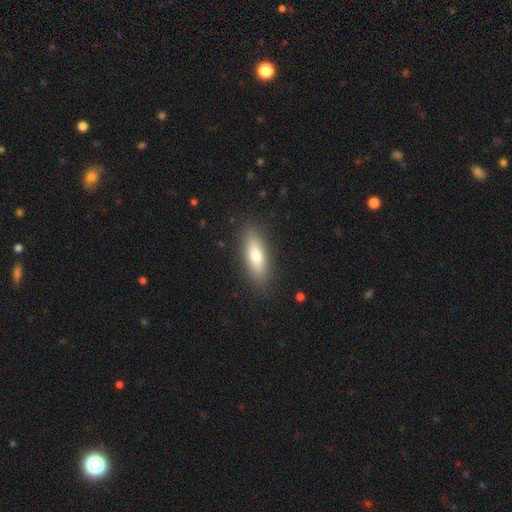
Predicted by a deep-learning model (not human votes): Smooth or featured?
  - smooth: 72% *
  - featured or disk: 21%
  - star or artifact: 7%
How rounded?
  - in between: 55% *
  - cigar-shaped: 43%
  - round: 2%
Merging?
  - none: 88% *
  - minor disturbance: 9%
  - major disturbance: 2%
  - merger: 1%